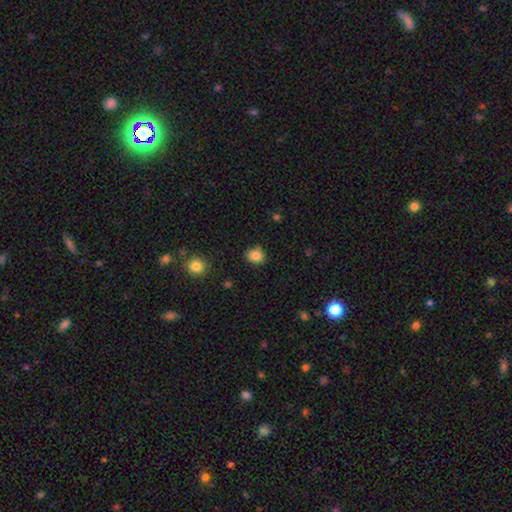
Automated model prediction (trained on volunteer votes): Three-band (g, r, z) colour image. It shows a smooth galaxy with no disk features (84%) that is round (61%). Merging: none (82%).